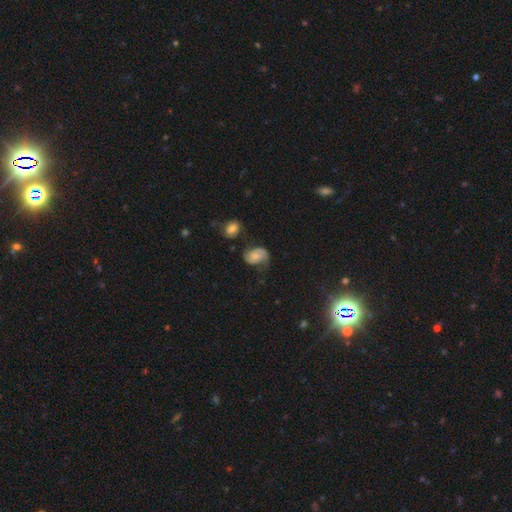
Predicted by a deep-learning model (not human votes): smooth-or-featured: featured or disk: 60% | smooth: 31% | star or artifact: 10%
  disk-edge-on: no: 97% | yes: 3%
    bar: no: 49% | weak: 40% | strong: 11%
    has-spiral-arms: yes: 91% | no: 9%
      spiral-winding: medium: 46% | loose: 28% | tight: 27%
      spiral-arm-count: 2: 82% | can't tell: 8% | 1: 7% | 3: 1% | 4: 1% | more than 4: 1%
    bulge-size: small: 39% | none: 26% | moderate: 26% | large: 7% | dominant: 2%
  merging: none: 53% | minor disturbance: 25% | major disturbance: 15% | merger: 7%